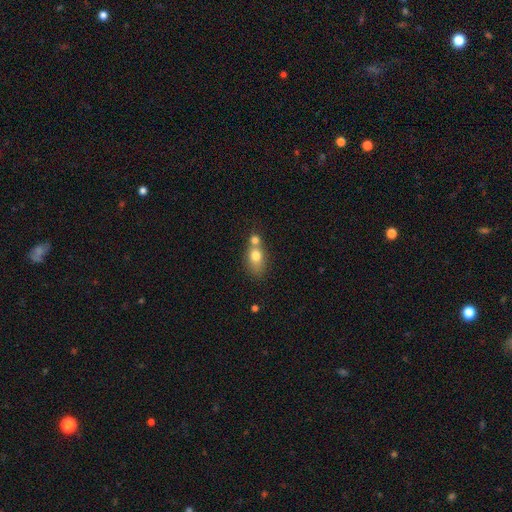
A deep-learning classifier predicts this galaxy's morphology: A smooth galaxy with no disk features (73%) that is in between round and cigar-shaped (70%).

Vote fractions:
- Smooth or featured? smooth: 73% / featured or disk: 17% / star or artifact: 9%
- How rounded? in between: 70% / round: 27% / cigar-shaped: 4%
- Merging? merger: 53% / none: 30% / minor disturbance: 11% / major disturbance: 6%